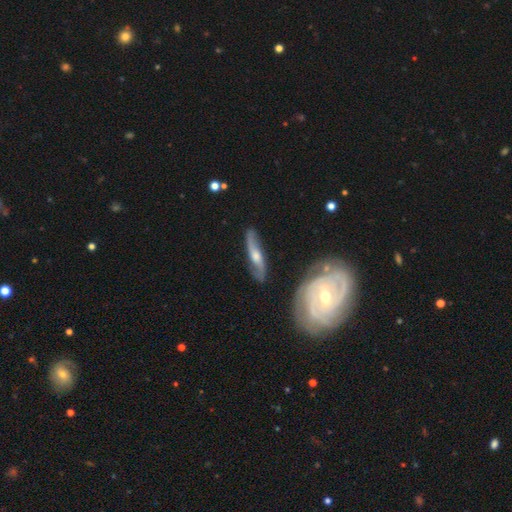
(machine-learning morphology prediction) Overall: featured or disk (73%). Edge-on disk: no (61%; yes 39%). Merging: none (75%).